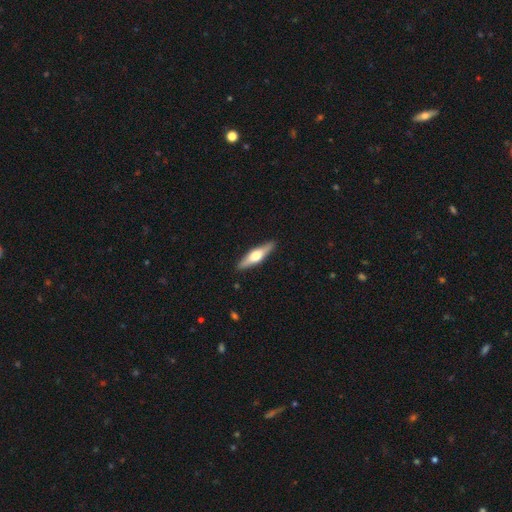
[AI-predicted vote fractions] Smooth or featured? Predicted: featured or disk (p=0.57). Edge-on disk? Predicted: yes (p=0.95). Edge-on bulge? Predicted: rounded (p=0.93). Merging? Predicted: none (p=0.90).